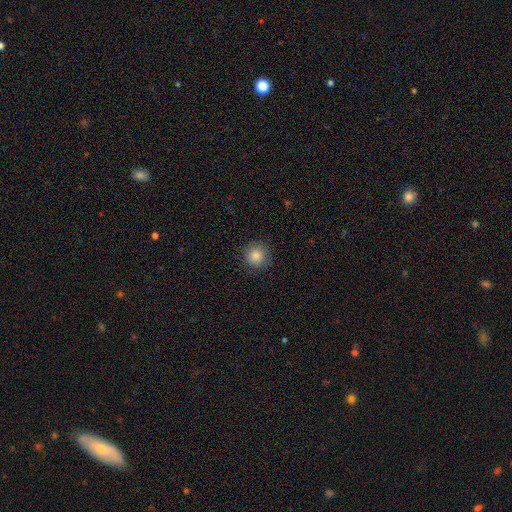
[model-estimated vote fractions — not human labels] Smooth or featured? smooth (83%)
How rounded? round (94%)
Merging? none (86%)